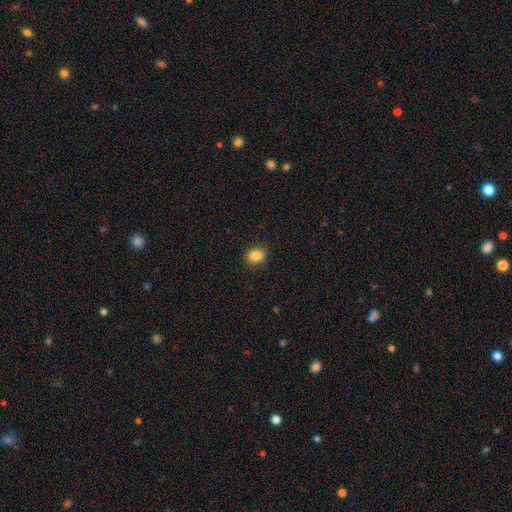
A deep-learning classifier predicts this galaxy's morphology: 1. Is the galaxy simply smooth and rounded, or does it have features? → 86% smooth, 10% star or artifact, 4% featured or disk.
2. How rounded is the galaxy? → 63% round, 36% in between, 1% cigar-shaped.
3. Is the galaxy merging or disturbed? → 89% none, 8% minor disturbance, 2% major disturbance, 1% merger.